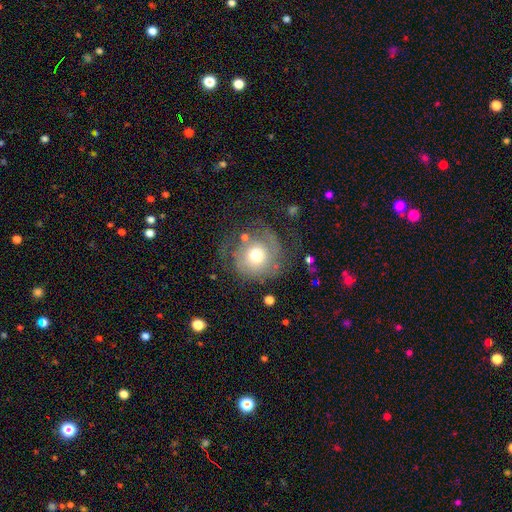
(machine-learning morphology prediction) Smooth or featured? Predicted: featured or disk (p=0.48). Merging? Predicted: none (p=0.57).